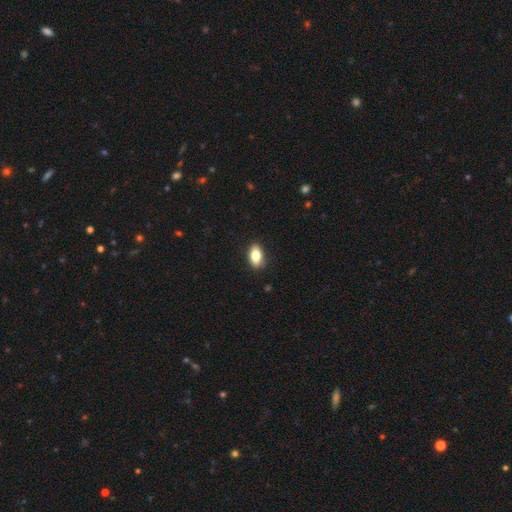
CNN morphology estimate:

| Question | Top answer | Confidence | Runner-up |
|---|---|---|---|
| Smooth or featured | smooth | 79% | featured or disk (13%) |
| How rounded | in between | 87% | round (7%) |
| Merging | none | 86% | minor disturbance (11%) |